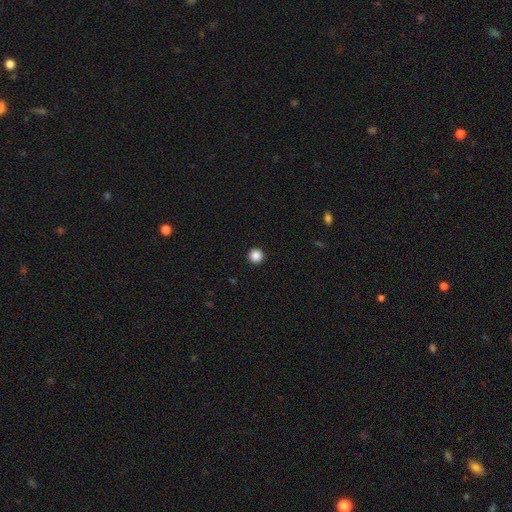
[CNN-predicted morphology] Smooth or featured: smooth — 87% (star or artifact — 10%)
How rounded: round — 97% (in between — 2%)
Merging: none — 94% (minor disturbance — 4%)